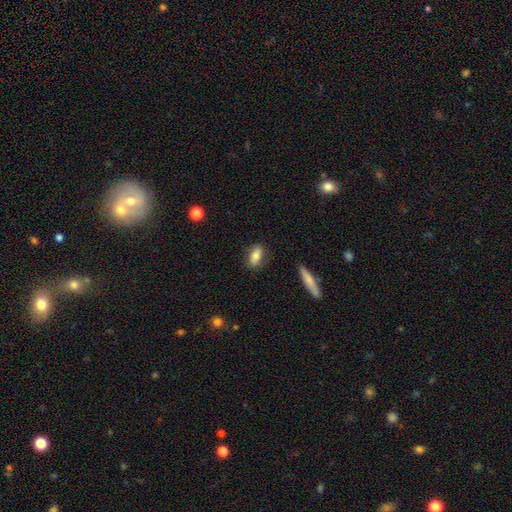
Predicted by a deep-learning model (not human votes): Overall: smooth (78%). How rounded: in between (80%). Merging: none (83%).